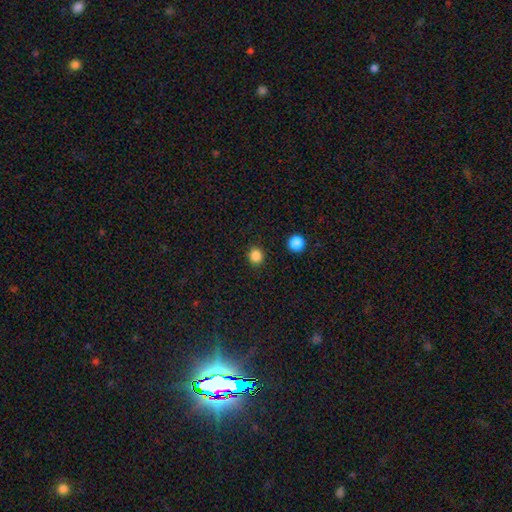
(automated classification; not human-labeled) A smooth galaxy with no disk features (85%) that is round (87%). Merging: none (91%).